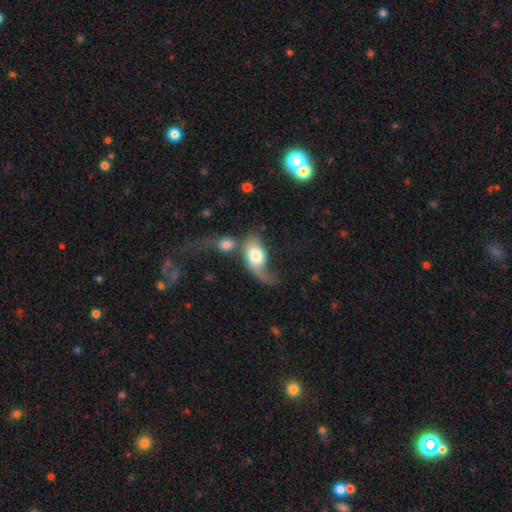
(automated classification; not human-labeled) Q: Smooth or featured?
A: smooth (59%); runner-up: featured or disk (34%)
Q: How rounded?
A: in between (83%); runner-up: round (13%)
Q: Merging?
A: merger (45%); runner-up: major disturbance (31%)